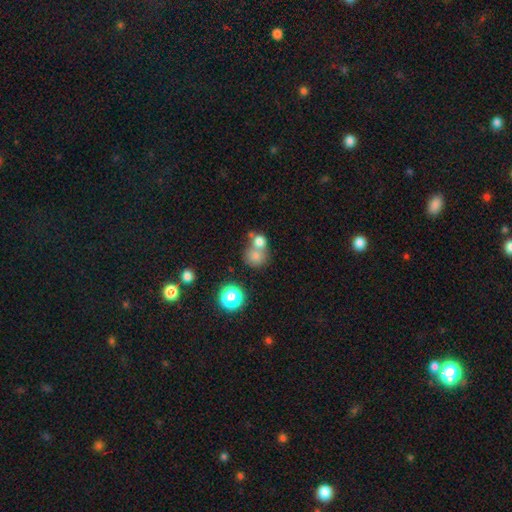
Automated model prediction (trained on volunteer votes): Smooth or featured: smooth — 73% (star or artifact — 15%)
How rounded: round — 83% (in between — 16%)
Merging: merger — 50% (none — 38%)